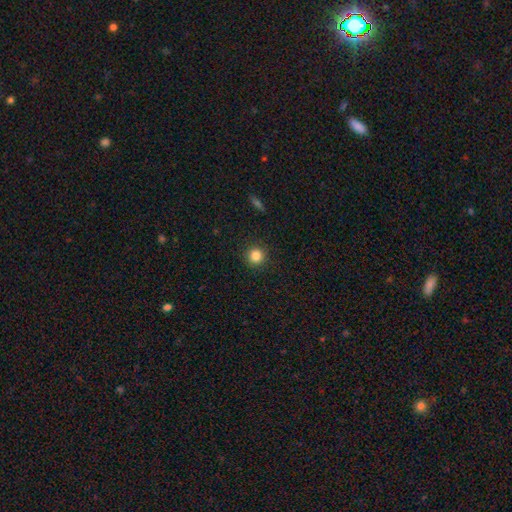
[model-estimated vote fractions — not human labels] smooth_or_featured: smooth (p=0.84) [alt: star or artifact p=0.11]
how_rounded: round (p=0.95) [alt: in between p=0.04]
merging: none (p=0.92) [alt: minor disturbance p=0.05]